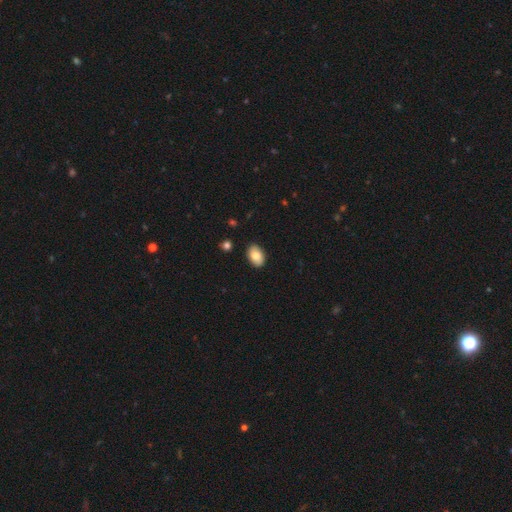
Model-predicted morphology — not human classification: type=smooth (81%); roundness=in between (89%); merging=none (89%).